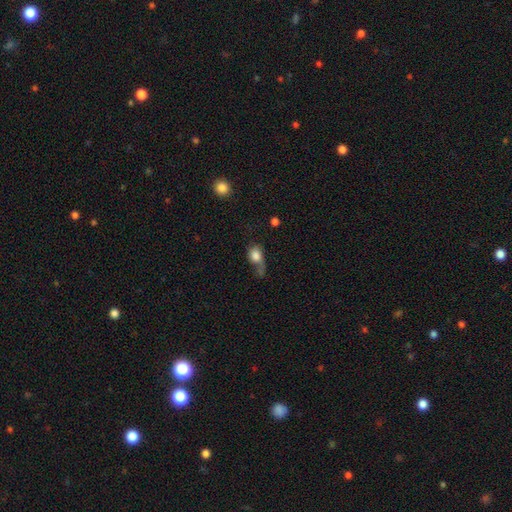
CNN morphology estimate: type=smooth (73%); roundness=in between (50%); merging=major disturbance (41%).